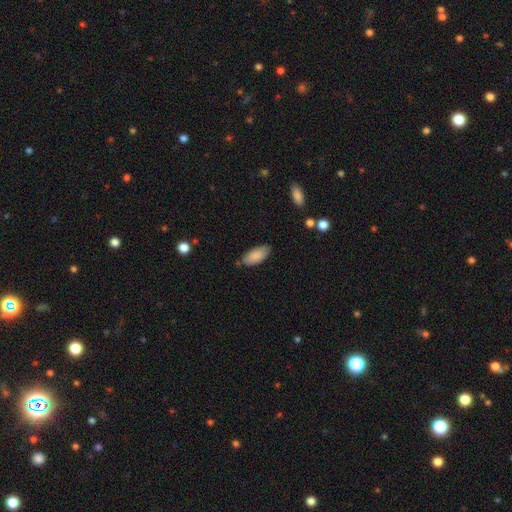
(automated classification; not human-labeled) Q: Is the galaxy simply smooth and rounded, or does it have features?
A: smooth — 86%.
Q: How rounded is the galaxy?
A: in between — 87%.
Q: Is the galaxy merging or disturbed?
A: none — 77%.